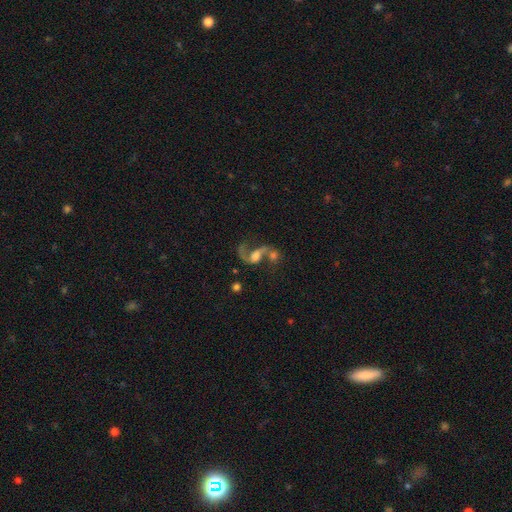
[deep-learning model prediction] This is likely a featured or disk galaxy (65%). It is clearly not viewed edge-on (96%). Bar: possibly no (55%). Spiral arm pattern: clearly yes (81%). Spiral arm count: likely 2 (62%). Spiral winding: likely loose (76%). Central bulge: marginally moderate (35%). Merging: possibly merger (55%).